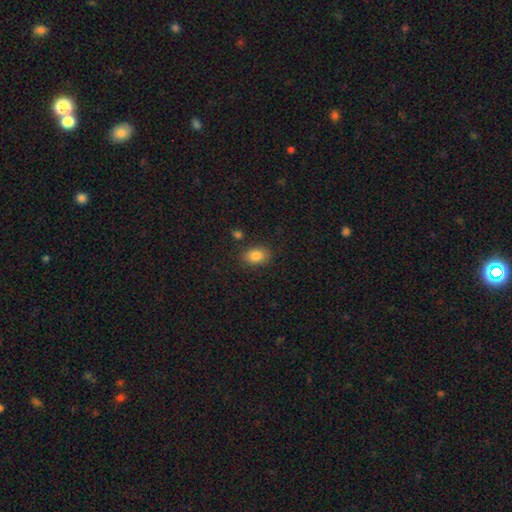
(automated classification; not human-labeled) The model was most divided on "how rounded": in between: 77%, round: 22%, cigar-shaped: 1%. More confident: smooth or featured — smooth (84%); merging — none (83%).